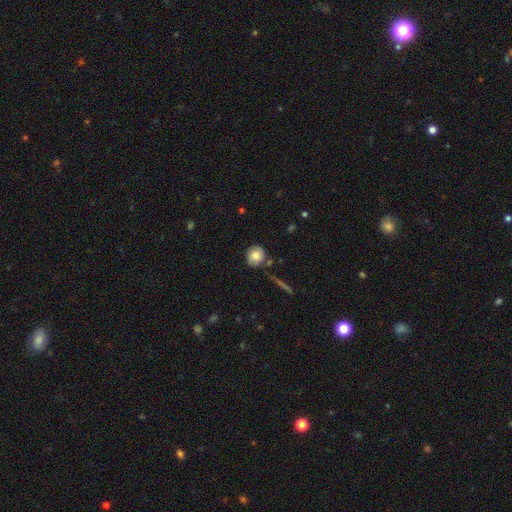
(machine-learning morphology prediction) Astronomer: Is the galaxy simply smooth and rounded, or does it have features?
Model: smooth — 77%.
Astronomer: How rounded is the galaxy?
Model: round — 81%.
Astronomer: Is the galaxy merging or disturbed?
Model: none — 74%.